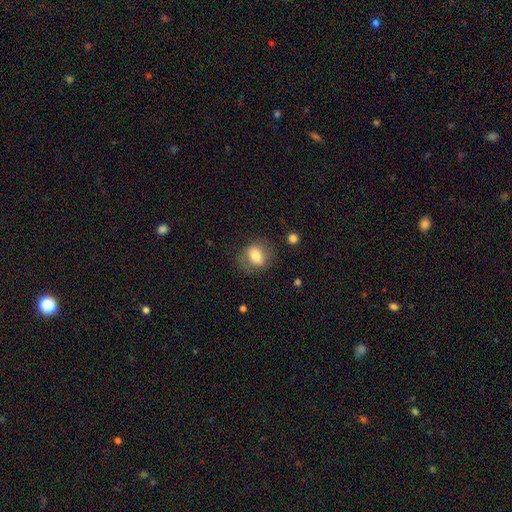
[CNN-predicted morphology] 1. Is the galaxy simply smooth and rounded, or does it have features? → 70% smooth, 22% featured or disk, 8% star or artifact.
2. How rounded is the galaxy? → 49% round (tied), 49% in between (tied), 2% cigar-shaped.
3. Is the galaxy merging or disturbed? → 74% none, 17% minor disturbance, 8% major disturbance, 2% merger.